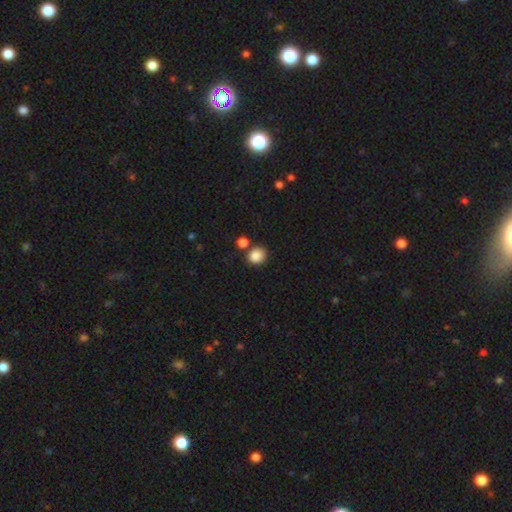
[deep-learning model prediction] This is clearly a smooth galaxy (86%). How rounded: likely round (76%). Merging: likely none (73%).